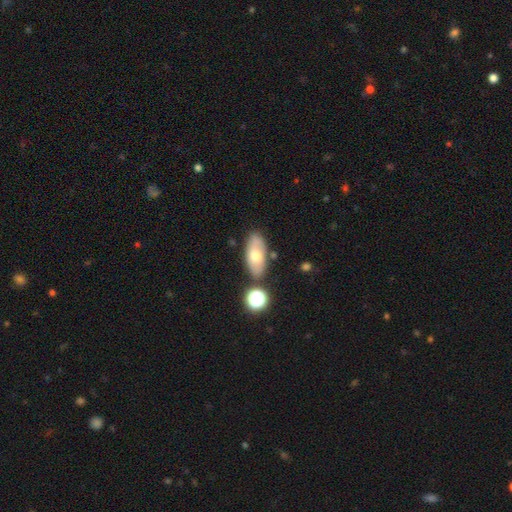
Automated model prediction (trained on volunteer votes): A smooth galaxy with no disk features (60%) that is in between round and cigar-shaped (87%). Merging: none (74%).